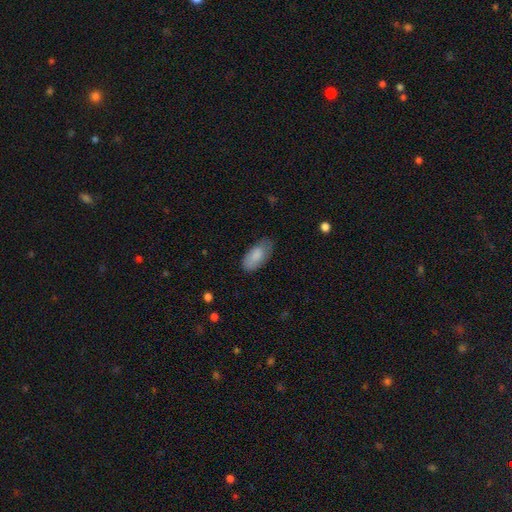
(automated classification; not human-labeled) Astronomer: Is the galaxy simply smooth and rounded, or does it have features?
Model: smooth — 83%.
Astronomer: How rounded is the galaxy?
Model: in between — 93%.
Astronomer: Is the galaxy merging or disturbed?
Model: none — 65%.